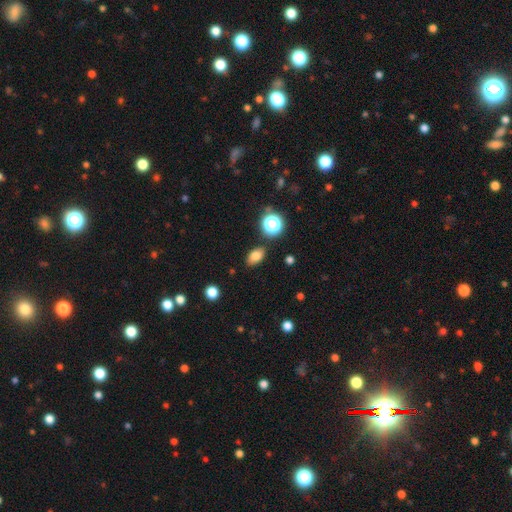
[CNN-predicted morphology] smooth 79%, star or artifact 13%, featured or disk 8%. Down the decision tree: how rounded — in between (84%); merging — none (83%).